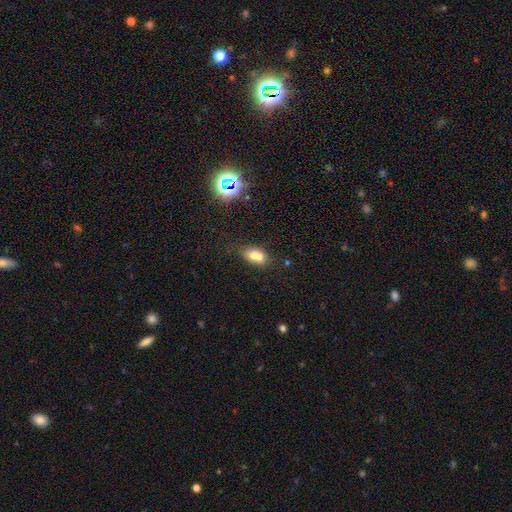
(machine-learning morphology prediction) This is likely a smooth galaxy (69%). How rounded: likely in between (76%). Merging: marginally merger (43%).